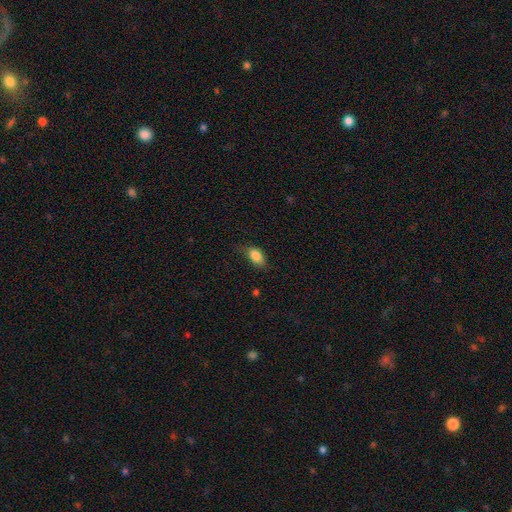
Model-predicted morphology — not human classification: Smooth or featured? Predicted: smooth (p=0.83). How rounded? Predicted: in between (p=0.84). Merging? Predicted: none (p=0.65).